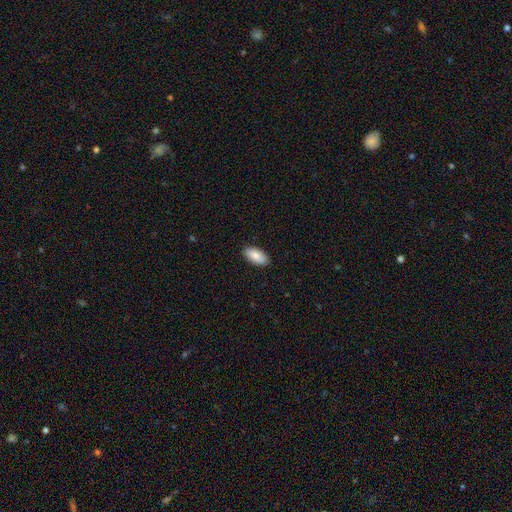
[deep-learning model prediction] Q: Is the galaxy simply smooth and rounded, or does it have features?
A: smooth — 85%.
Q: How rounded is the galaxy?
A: in between — 92%.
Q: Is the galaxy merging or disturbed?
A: none — 89%.